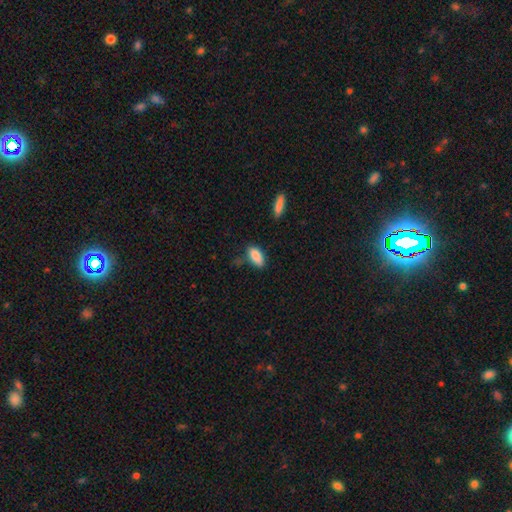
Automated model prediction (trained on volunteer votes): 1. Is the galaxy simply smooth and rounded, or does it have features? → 87% smooth, 7% star or artifact, 6% featured or disk.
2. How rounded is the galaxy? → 90% in between, 8% cigar-shaped, 3% round.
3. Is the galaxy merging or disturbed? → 65% none, 24% minor disturbance, 5% major disturbance, 5% merger.